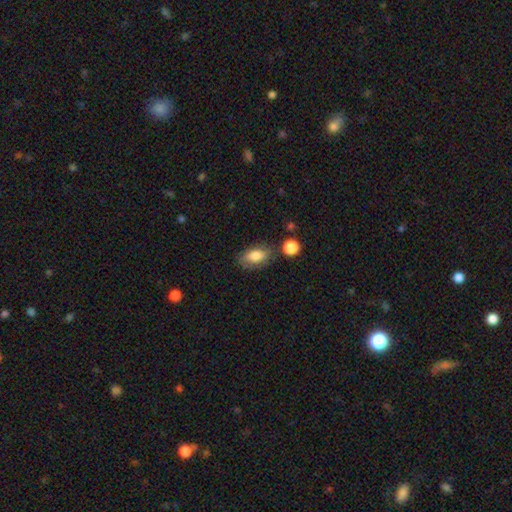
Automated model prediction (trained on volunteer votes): A smooth galaxy with no disk features (79%) that is in between round and cigar-shaped (89%). Merging: none (69%).